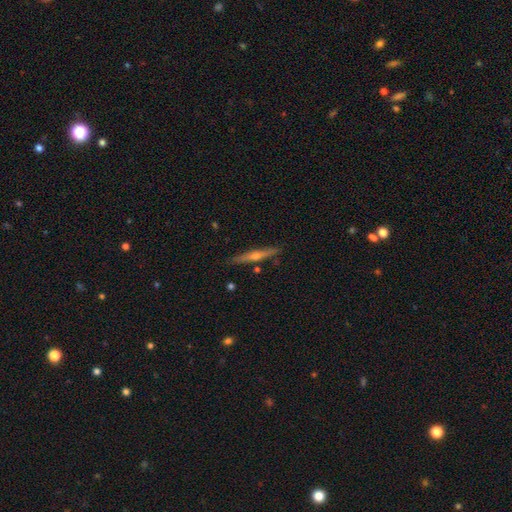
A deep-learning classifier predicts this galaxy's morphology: The model was most divided on "smooth or featured": featured or disk: 66%, smooth: 27%, star or artifact: 6%. More confident: edge-on disk — yes (97%); merging — none (88%); edge-on bulge — rounded (80%).